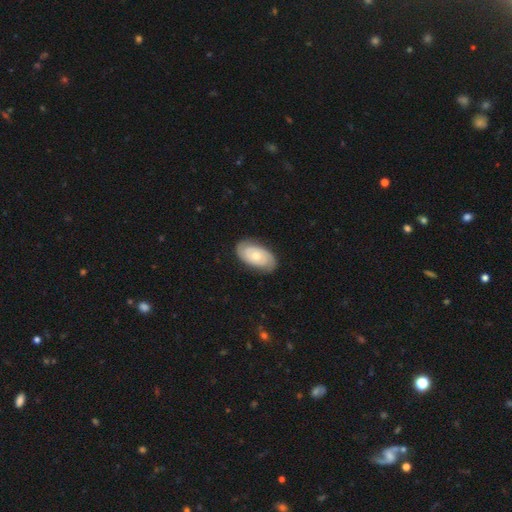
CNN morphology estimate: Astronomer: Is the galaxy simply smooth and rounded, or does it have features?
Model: featured or disk — 64%.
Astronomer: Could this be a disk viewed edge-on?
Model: no — 95%.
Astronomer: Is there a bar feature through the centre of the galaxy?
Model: no — 77%.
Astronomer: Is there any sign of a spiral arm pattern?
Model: yes — 85%.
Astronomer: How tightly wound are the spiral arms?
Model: tight — 68%.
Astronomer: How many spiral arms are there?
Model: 2 — 73%.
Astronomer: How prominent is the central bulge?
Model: moderate — 59% (runner-up: small, 34%).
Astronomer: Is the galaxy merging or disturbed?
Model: none — 83%.